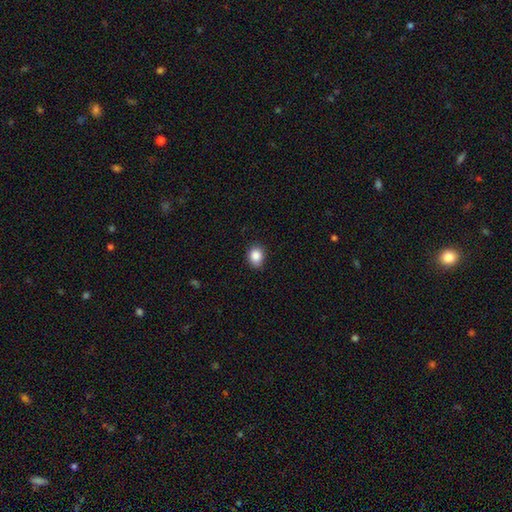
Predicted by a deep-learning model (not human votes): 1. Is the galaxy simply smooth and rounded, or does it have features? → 87% smooth, 9% star or artifact, 4% featured or disk.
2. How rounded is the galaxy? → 60% round, 40% in between, 1% cigar-shaped.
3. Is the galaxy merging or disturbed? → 82% none, 15% minor disturbance, 2% major disturbance, 1% merger.